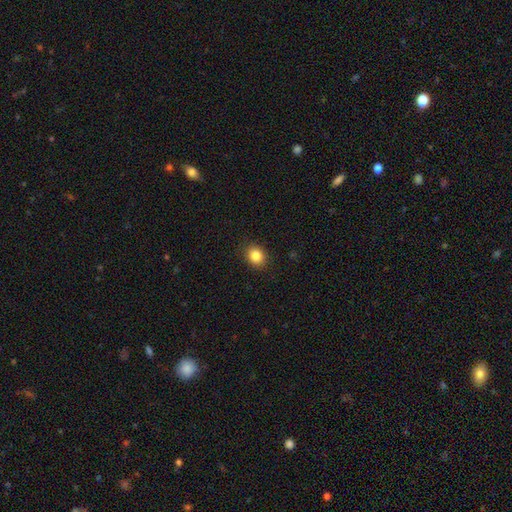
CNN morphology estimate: Overall: smooth (85%). How rounded: round (55%; in between 44%). Merging: none (89%).